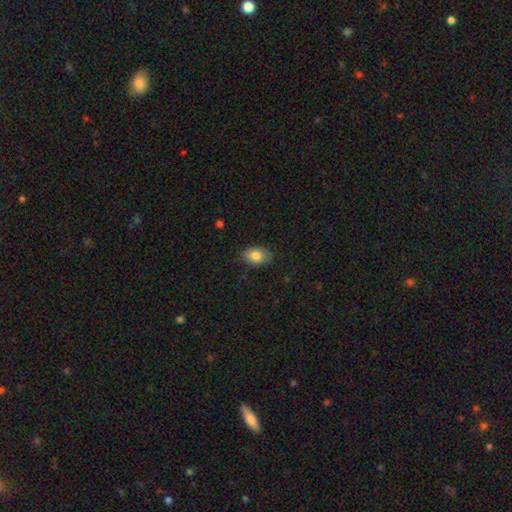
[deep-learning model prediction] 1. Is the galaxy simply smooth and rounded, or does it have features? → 82% smooth, 10% featured or disk, 8% star or artifact.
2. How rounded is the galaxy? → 78% in between, 21% round, 1% cigar-shaped.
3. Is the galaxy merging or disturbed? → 84% none, 13% minor disturbance, 2% major disturbance, 1% merger.